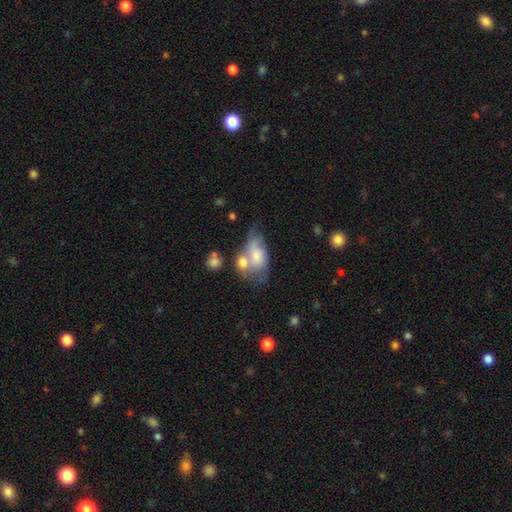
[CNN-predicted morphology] A smooth galaxy with no disk features (57%) that is in between round and cigar-shaped (84%). Merging: merger (49%).